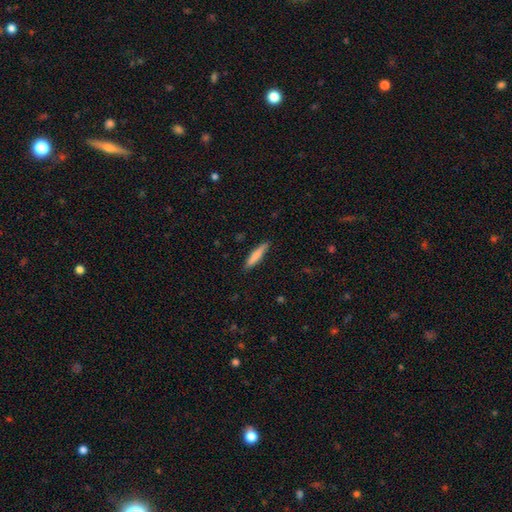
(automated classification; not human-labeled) This is clearly a smooth galaxy (80%). How rounded: clearly cigar-shaped (88%). Merging: clearly none (88%).